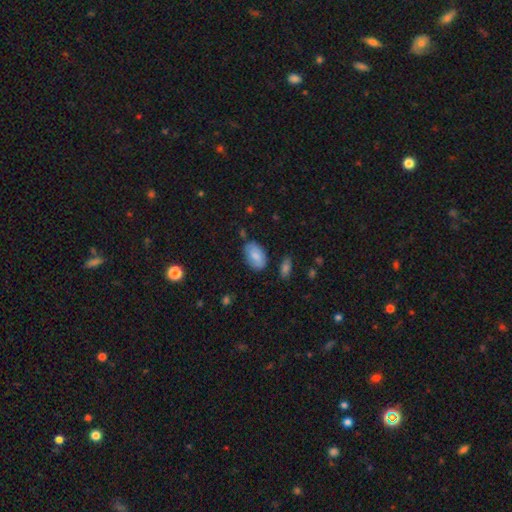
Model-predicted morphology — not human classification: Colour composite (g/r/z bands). It shows a smooth galaxy with no disk features (78%) that is in between round and cigar-shaped (92%). Merging: none (73%).